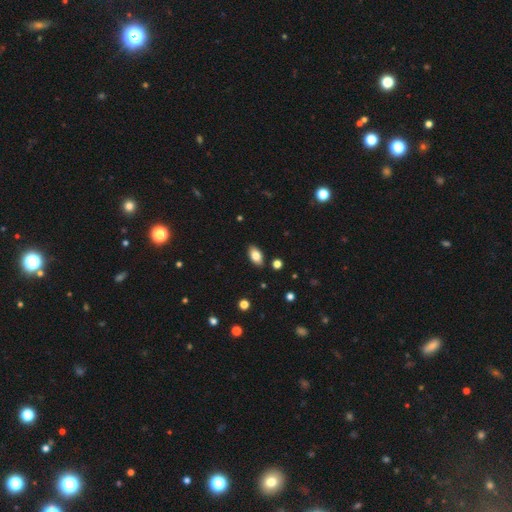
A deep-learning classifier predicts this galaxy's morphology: A smooth galaxy with no disk features (81%) that is in between round and cigar-shaped (93%). Merging: none (88%).